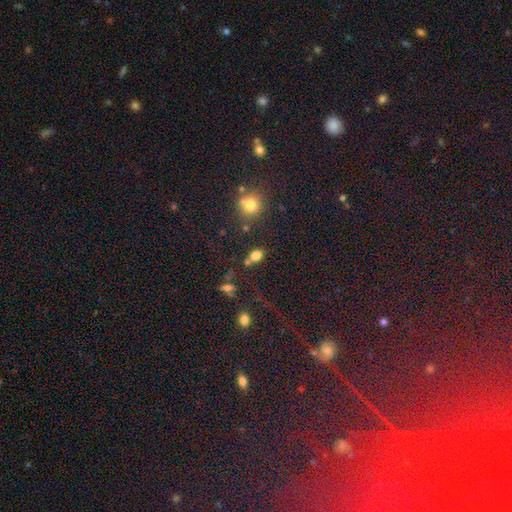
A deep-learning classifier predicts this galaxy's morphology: Overall: smooth (78%). How rounded: in between (73%). Merging: none (66%).